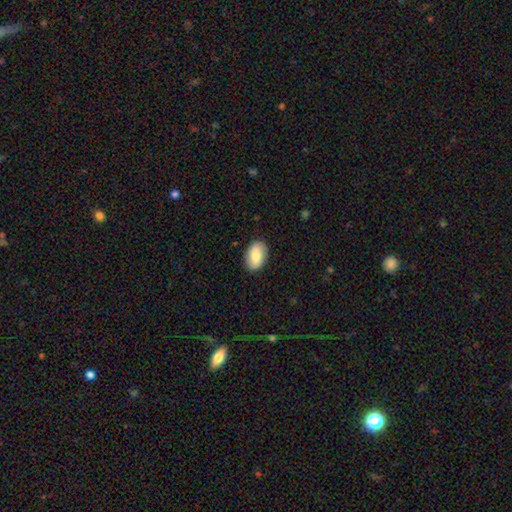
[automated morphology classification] type=smooth (80%); roundness=in between (90%); merging=none (88%).